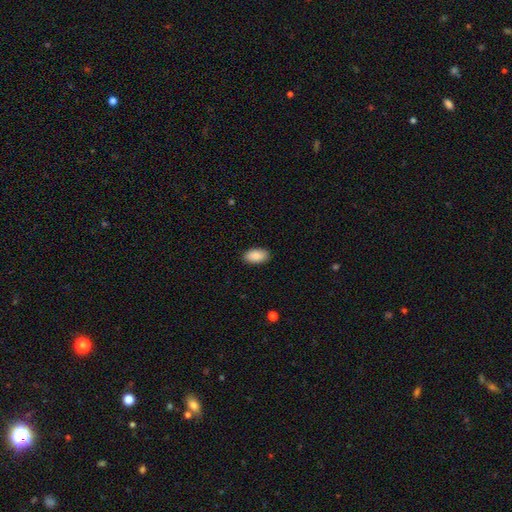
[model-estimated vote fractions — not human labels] This is clearly a smooth galaxy (89%). How rounded: clearly in between (95%). Merging: clearly none (89%).